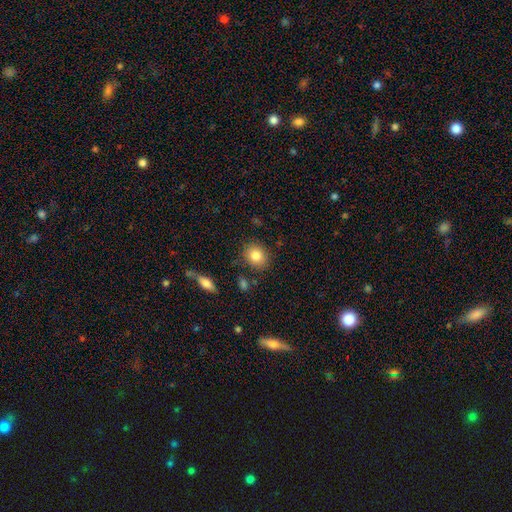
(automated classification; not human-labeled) smooth 84%, star or artifact 9%, featured or disk 8%. Down the decision tree: how rounded — round (66%); merging — none (83%).